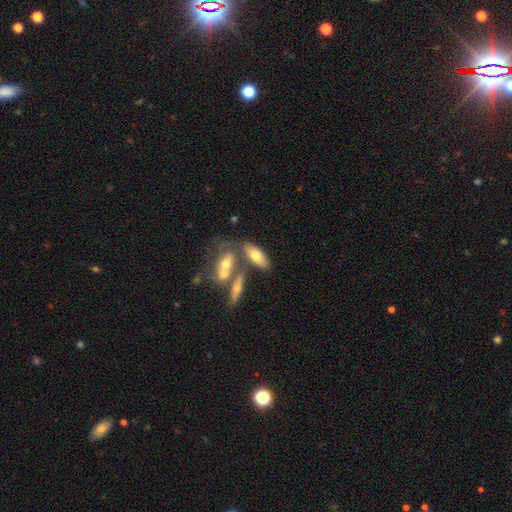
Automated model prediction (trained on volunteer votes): smooth 62%, featured or disk 31%, star or artifact 7%. Down the decision tree: how rounded — in between (75%); merging — none (52%).